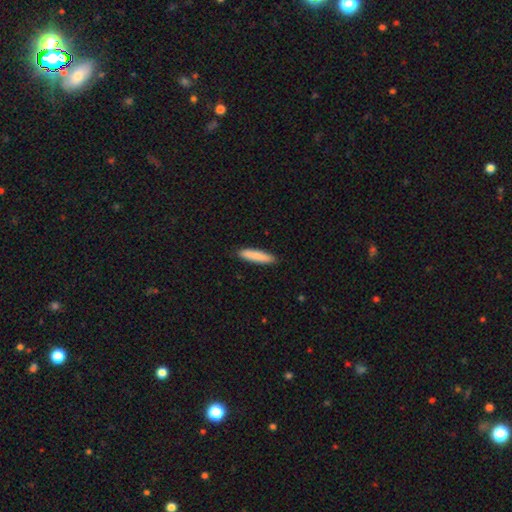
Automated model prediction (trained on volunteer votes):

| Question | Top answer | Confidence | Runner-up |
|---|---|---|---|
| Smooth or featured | smooth | 85% | featured or disk (9%) |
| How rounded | cigar-shaped | 84% | in between (15%) |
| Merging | none | 90% | minor disturbance (8%) |